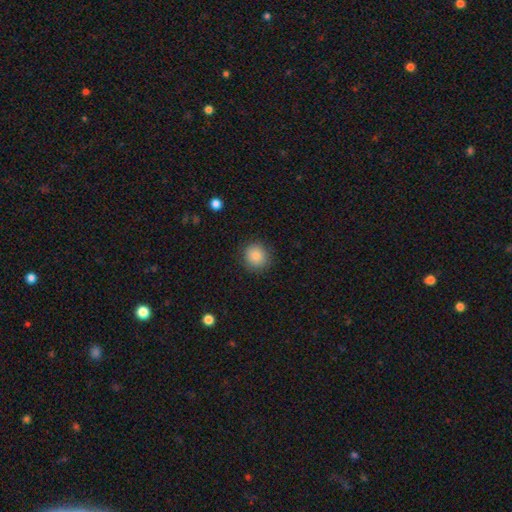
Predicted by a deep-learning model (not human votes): This is clearly a smooth galaxy (87%). How rounded: clearly round (89%). Merging: clearly none (89%).